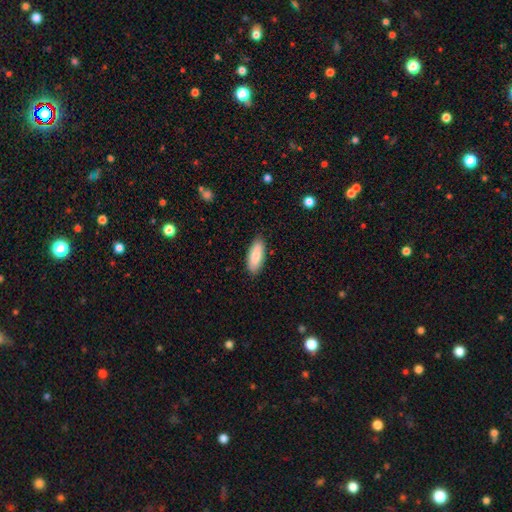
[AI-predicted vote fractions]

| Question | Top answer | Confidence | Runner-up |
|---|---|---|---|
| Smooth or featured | smooth | 84% | featured or disk (11%) |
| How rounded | in between | 78% | cigar-shaped (21%) |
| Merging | none | 87% | minor disturbance (10%) |